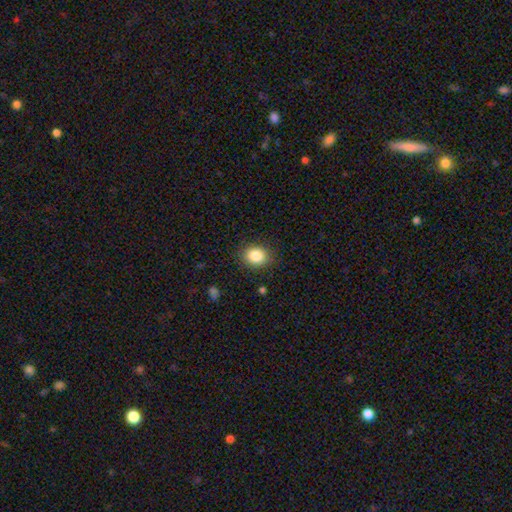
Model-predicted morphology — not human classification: smooth-or-featured: smooth: 85% | star or artifact: 9% | featured or disk: 6%
  how-rounded: round: 52% | in between: 47% | cigar-shaped: 1%
  merging: none: 86% | minor disturbance: 10% | major disturbance: 3% | merger: 1%